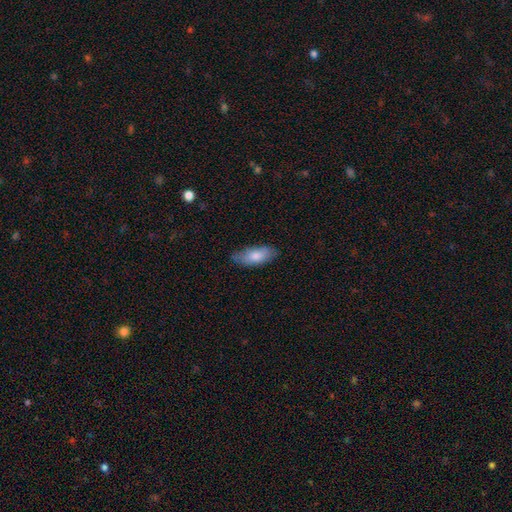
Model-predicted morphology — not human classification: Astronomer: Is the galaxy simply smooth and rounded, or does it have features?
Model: smooth — 79%.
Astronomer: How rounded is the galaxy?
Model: in between — 82%.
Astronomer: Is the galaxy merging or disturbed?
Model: none — 76%.